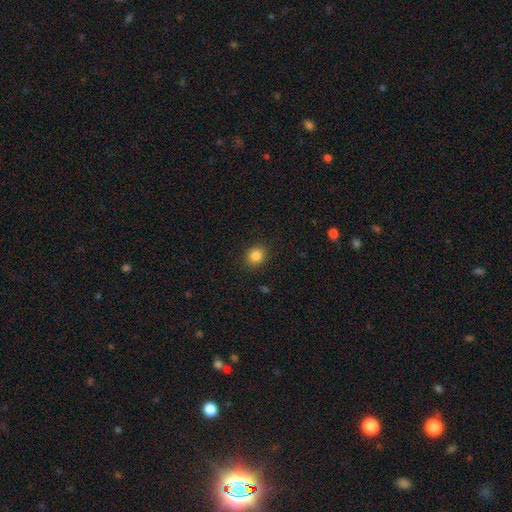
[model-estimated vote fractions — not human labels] smooth_or_featured: smooth (p=0.85) [alt: star or artifact p=0.11]
how_rounded: round (p=0.74) [alt: in between p=0.25]
merging: none (p=0.89) [alt: minor disturbance p=0.07]